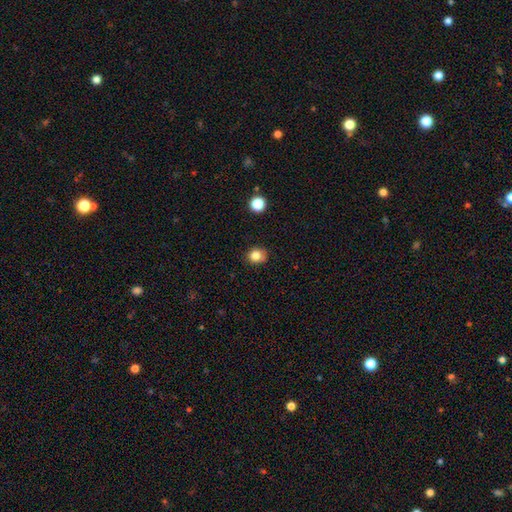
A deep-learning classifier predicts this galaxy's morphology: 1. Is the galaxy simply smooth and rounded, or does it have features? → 82% smooth, 12% star or artifact, 6% featured or disk.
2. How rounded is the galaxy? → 76% round, 23% in between, 1% cigar-shaped.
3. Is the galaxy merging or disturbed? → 78% none, 17% minor disturbance, 3% major disturbance, 2% merger.